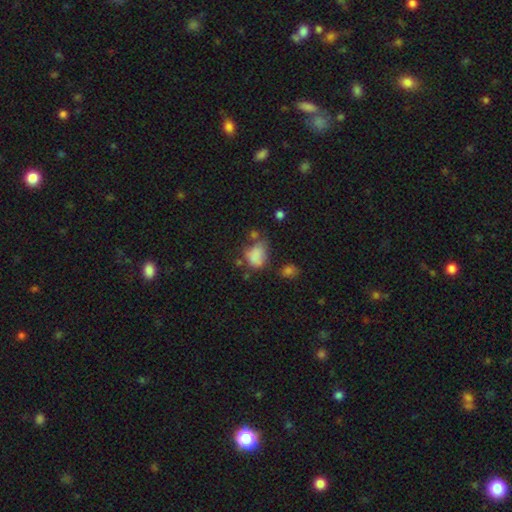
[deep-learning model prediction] Morphology: type=smooth (75%); roundness=in between (70%); merging=none (37%).